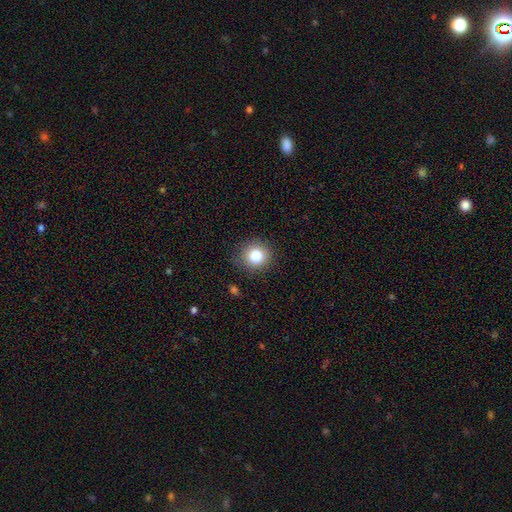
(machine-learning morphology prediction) type=smooth (82%); roundness=round (89%); merging=none (86%).